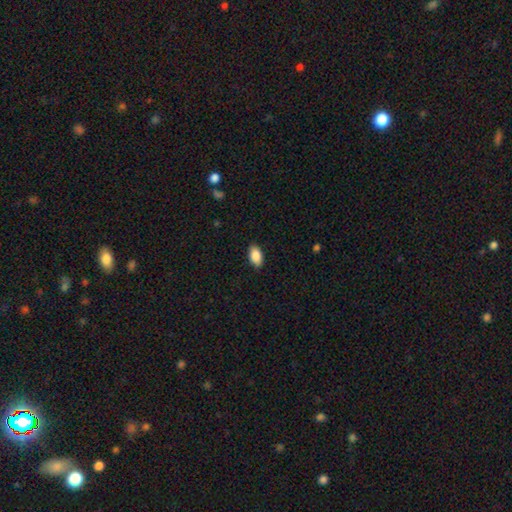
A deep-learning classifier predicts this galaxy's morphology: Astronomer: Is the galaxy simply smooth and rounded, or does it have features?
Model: smooth — 88%.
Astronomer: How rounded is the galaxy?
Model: in between — 93%.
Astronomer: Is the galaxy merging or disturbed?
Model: none — 89%.